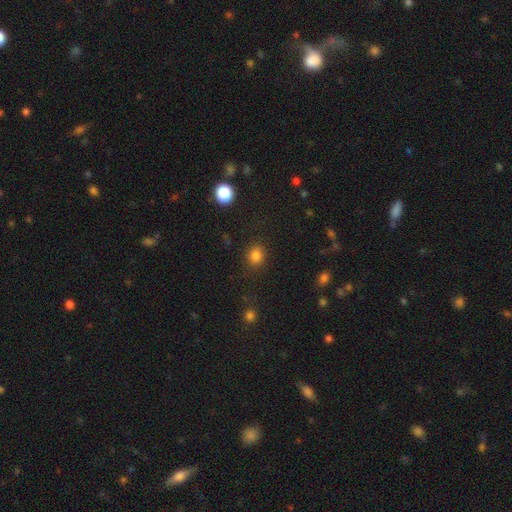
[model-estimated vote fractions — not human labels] This is clearly a smooth galaxy (83%). How rounded: likely round (74%). Merging: clearly none (87%).